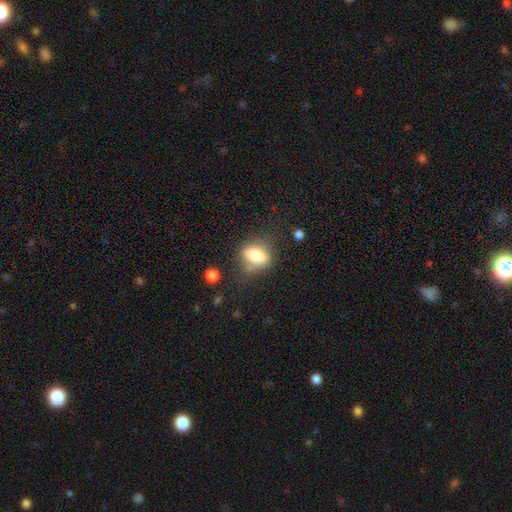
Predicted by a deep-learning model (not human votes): Q: Smooth or featured?
A: smooth (68%); runner-up: featured or disk (24%)
Q: How rounded?
A: in between (68%); runner-up: round (23%)
Q: Merging?
A: none (69%); runner-up: minor disturbance (18%)